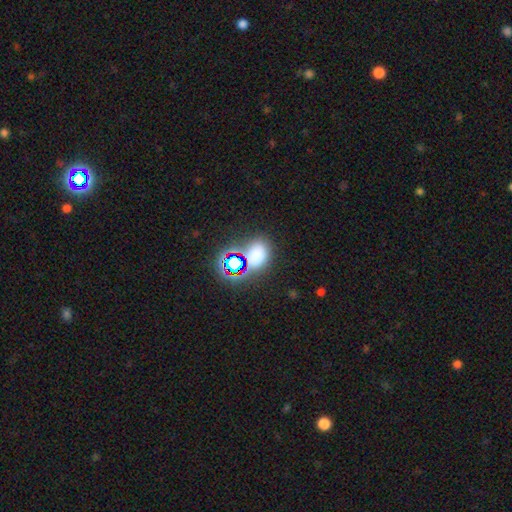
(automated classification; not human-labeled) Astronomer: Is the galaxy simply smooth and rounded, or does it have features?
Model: smooth — 59%.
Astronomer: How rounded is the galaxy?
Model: in between — 58% (runner-up: round, 40%).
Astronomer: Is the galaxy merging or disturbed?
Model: none — 68%.